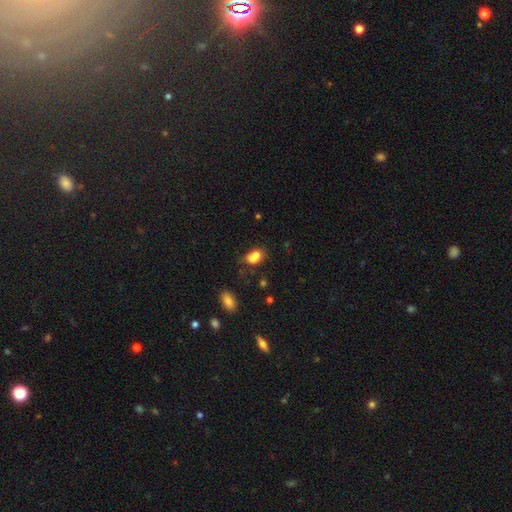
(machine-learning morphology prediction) This is likely a smooth galaxy (76%). How rounded: likely in between (76%). Merging: marginally merger (40%).